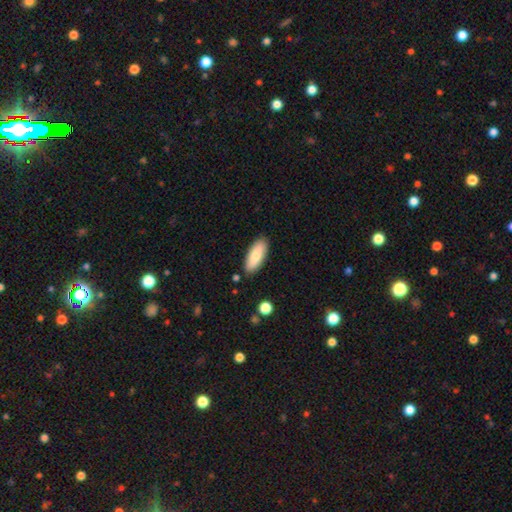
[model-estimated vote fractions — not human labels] Smooth or featured?
  - smooth: 78% *
  - featured or disk: 16%
  - star or artifact: 6%
How rounded?
  - in between: 72% *
  - cigar-shaped: 26%
  - round: 2%
Merging?
  - none: 86% *
  - minor disturbance: 10%
  - major disturbance: 2%
  - merger: 2%